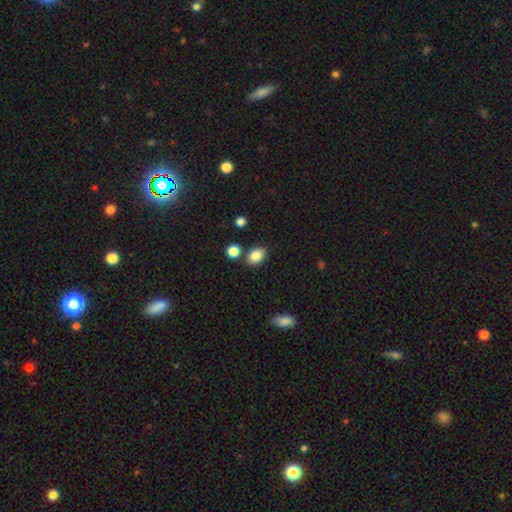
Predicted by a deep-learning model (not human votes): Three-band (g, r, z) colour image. It shows a smooth galaxy with no disk features (85%) that is in between round and cigar-shaped (72%). Merging: none (75%).